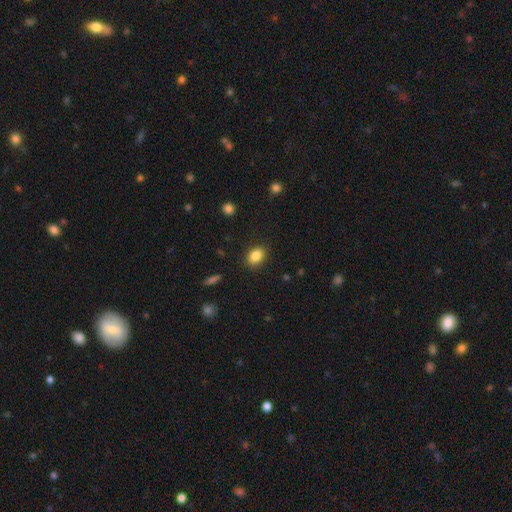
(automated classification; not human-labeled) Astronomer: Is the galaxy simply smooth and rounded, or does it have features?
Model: smooth — 85%.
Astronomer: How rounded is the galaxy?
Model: in between — 72%.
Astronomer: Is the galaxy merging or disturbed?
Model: none — 86%.